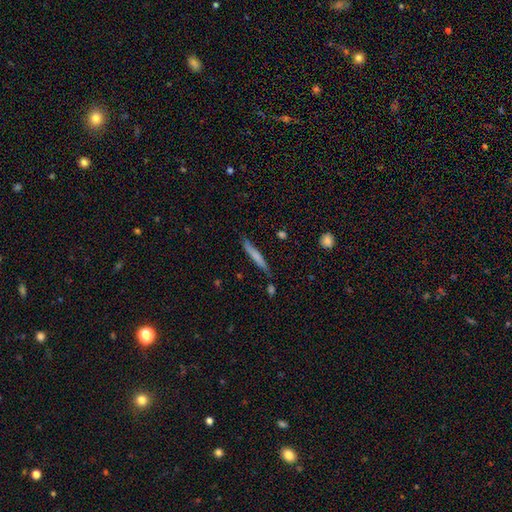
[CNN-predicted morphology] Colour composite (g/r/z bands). It shows a smooth galaxy with no disk features (64%) that is cigar-shaped (94%). Merging: none (78%).